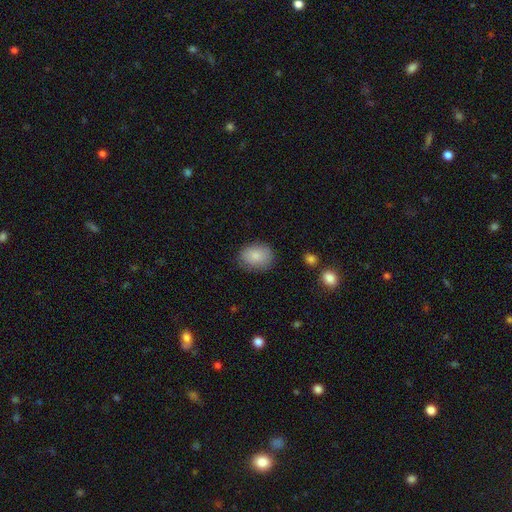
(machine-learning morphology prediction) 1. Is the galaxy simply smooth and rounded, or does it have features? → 85% smooth, 8% featured or disk, 7% star or artifact.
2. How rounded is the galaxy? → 61% in between, 38% round, 1% cigar-shaped.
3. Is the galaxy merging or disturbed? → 80% none, 15% minor disturbance, 4% major disturbance, 1% merger.